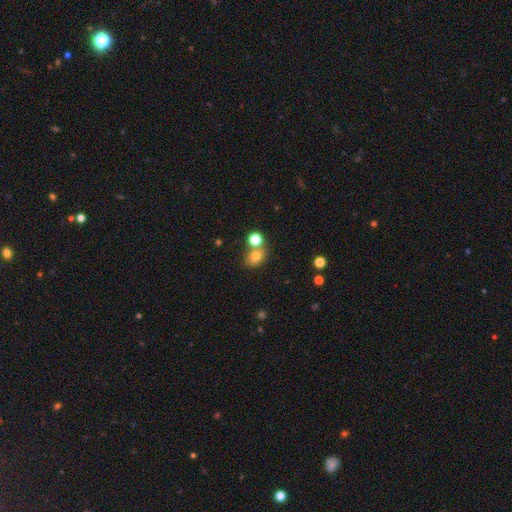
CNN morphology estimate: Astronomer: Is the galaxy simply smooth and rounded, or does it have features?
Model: smooth — 75%.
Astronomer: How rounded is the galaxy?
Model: in between — 51% (runner-up: round, 48%).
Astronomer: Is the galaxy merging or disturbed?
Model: none — 58%.